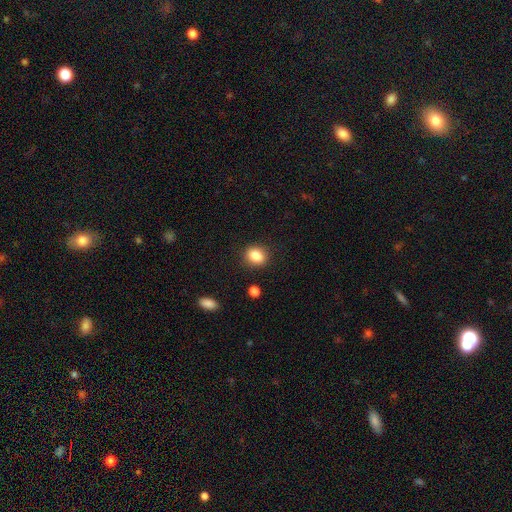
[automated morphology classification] This appears to be a smooth galaxy with no disk features (85%) that is round (58%). Merging: none (88%).